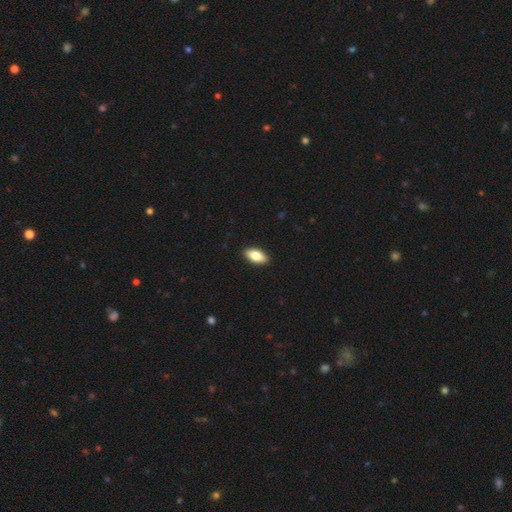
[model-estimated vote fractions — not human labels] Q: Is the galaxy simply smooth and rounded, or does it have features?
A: smooth — 81%.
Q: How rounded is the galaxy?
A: in between — 90%.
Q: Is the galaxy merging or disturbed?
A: none — 91%.